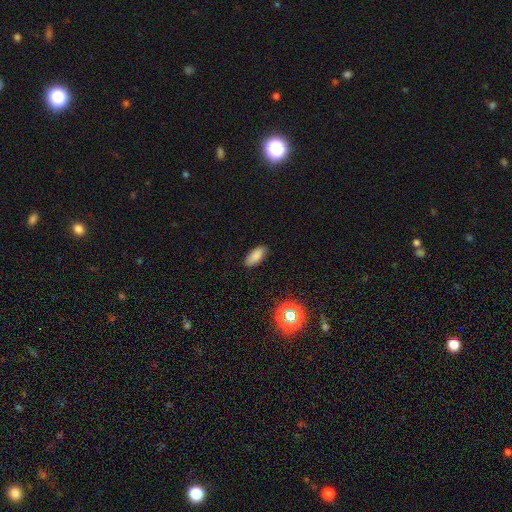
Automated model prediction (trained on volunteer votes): smooth 84%, star or artifact 11%, featured or disk 5%. Down the decision tree: how rounded — in between (89%); merging — none (86%).